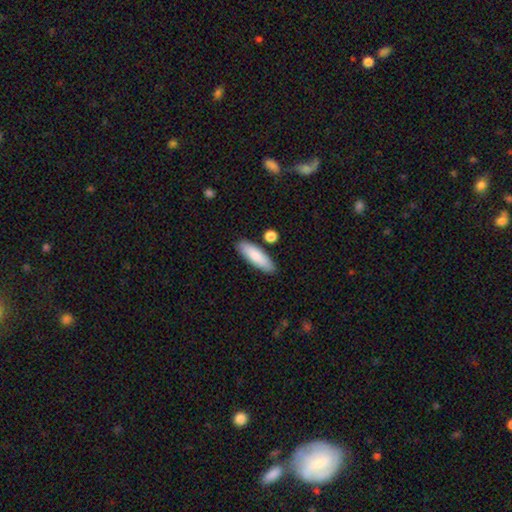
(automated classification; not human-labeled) A smooth galaxy with no disk features (85%) that is cigar-shaped (49%, tied with in between).

Vote fractions:
- Smooth or featured? smooth: 85% / featured or disk: 10% / star or artifact: 6%
- How rounded? cigar-shaped: 49% (tied) / in between: 49% (tied) / round: 2%
- Merging? none: 83% / minor disturbance: 10% / merger: 5% / major disturbance: 2%